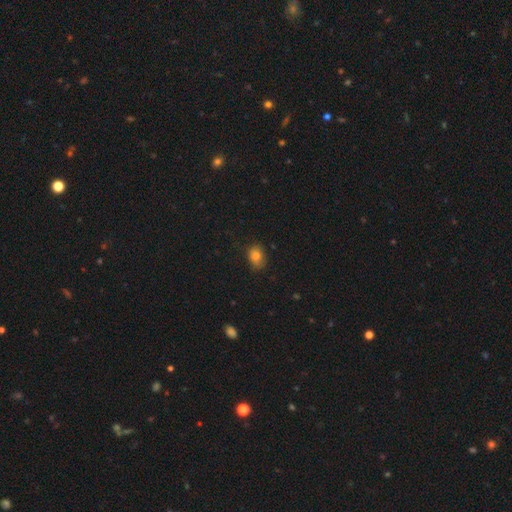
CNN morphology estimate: smooth_or_featured: smooth (p=0.82) [alt: star or artifact p=0.11]
how_rounded: in between (p=0.66) [alt: round p=0.32]
merging: none (p=0.73) [alt: minor disturbance p=0.21]